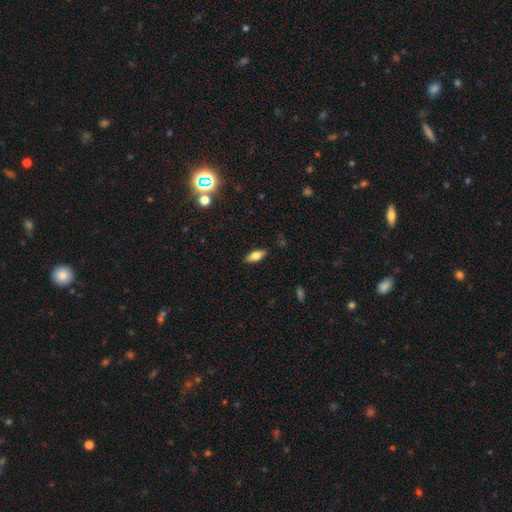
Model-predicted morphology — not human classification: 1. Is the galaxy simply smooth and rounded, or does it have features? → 70% smooth, 22% featured or disk, 9% star or artifact.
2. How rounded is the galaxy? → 80% in between, 17% cigar-shaped, 3% round.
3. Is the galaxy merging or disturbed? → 87% none, 9% minor disturbance, 2% major disturbance, 1% merger.